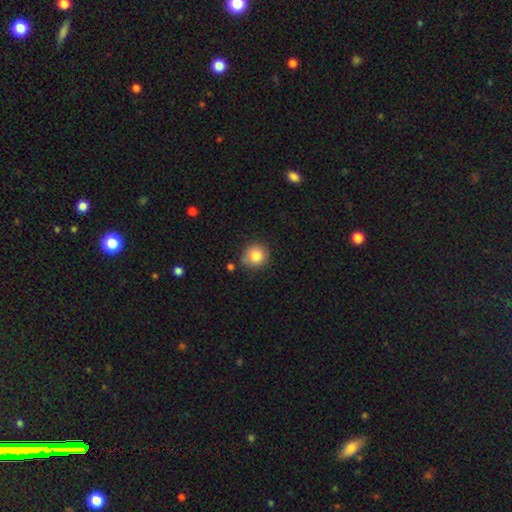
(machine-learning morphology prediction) Smooth or featured? smooth (84%)
How rounded? round (89%)
Merging? none (78%)